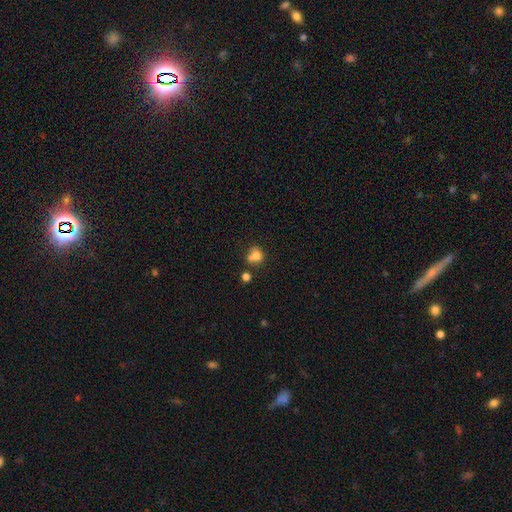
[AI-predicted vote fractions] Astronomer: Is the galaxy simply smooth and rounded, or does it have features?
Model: smooth — 75%.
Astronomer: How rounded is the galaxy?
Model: round — 74%.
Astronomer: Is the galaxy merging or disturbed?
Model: none — 43% (runner-up: merger, 41%).